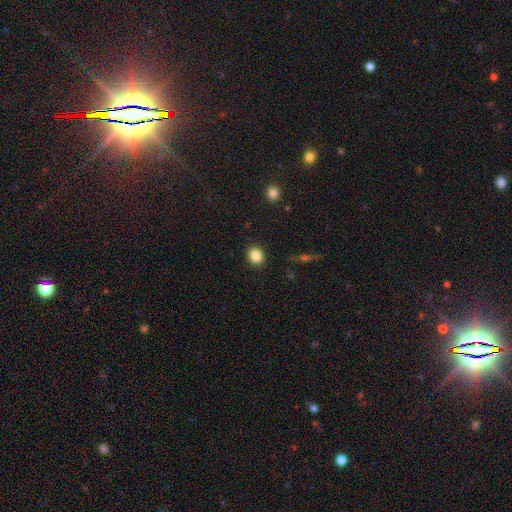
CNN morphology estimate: Smooth or featured? Predicted: smooth (p=0.85). How rounded? Predicted: round (p=0.64). Merging? Predicted: none (p=0.90).